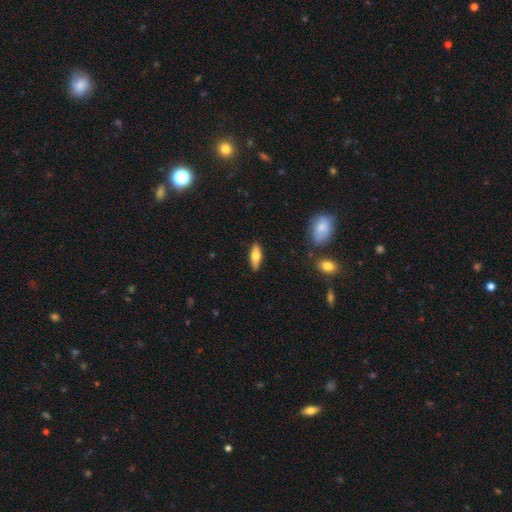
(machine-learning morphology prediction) Smooth or featured: smooth — 63% (featured or disk — 30%)
How rounded: in between — 59% (cigar-shaped — 39%)
Merging: none — 87% (minor disturbance — 10%)